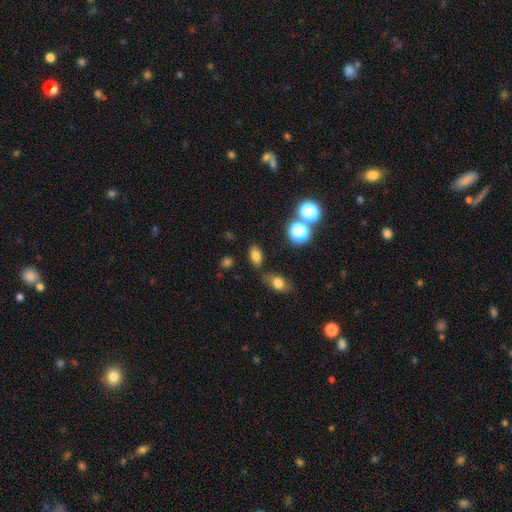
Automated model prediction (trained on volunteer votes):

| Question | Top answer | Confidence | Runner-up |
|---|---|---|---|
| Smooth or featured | smooth | 76% | star or artifact (16%) |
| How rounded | in between | 82% | round (15%) |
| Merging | none | 76% | minor disturbance (14%) |